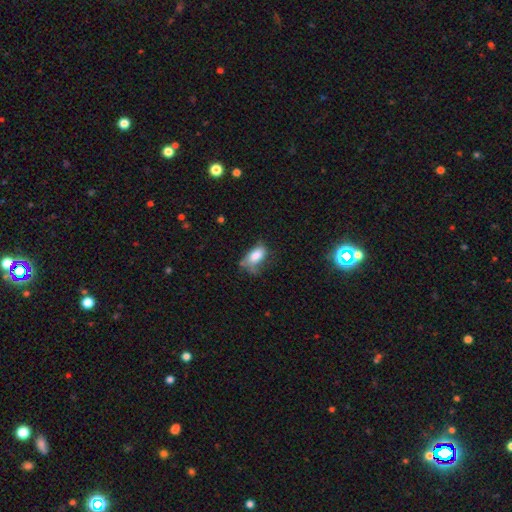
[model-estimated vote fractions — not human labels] Smooth or featured?
  - smooth: 78% *
  - featured or disk: 14%
  - star or artifact: 8%
How rounded?
  - in between: 91% *
  - round: 5%
  - cigar-shaped: 4%
Merging?
  - none: 36% *
  - minor disturbance: 35%
  - major disturbance: 24%
  - merger: 4%